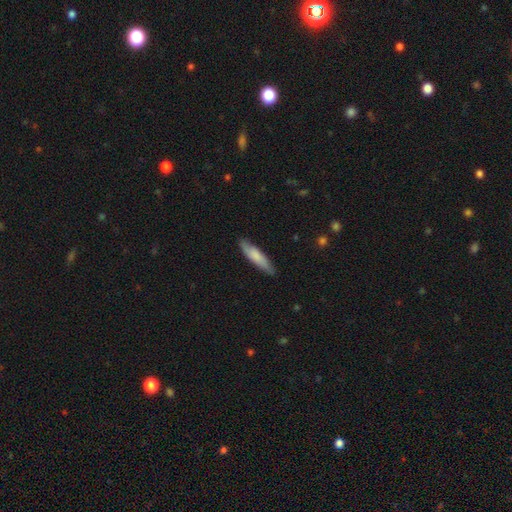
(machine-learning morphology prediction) Overall: smooth (72%). How rounded: cigar-shaped (76%). Merging: none (82%).